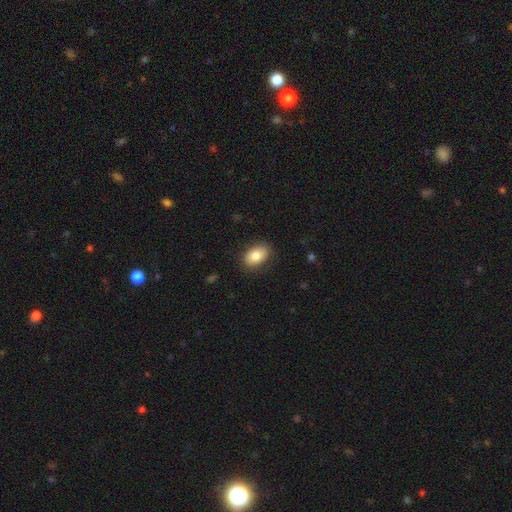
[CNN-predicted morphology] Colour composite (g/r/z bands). It shows a smooth galaxy with no disk features (83%) that is in between round and cigar-shaped (88%). Merging: none (85%).